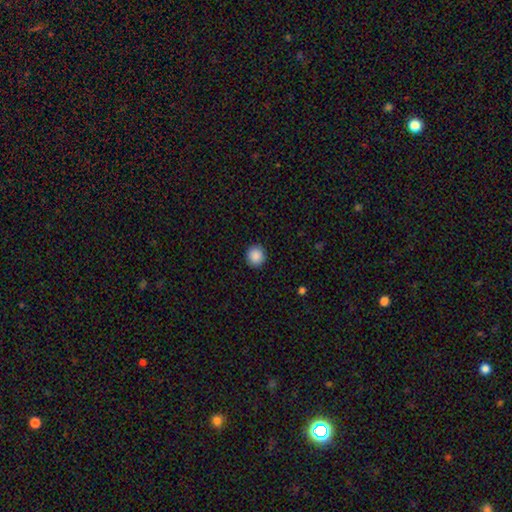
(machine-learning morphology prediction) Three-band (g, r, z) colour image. It shows a smooth galaxy with no disk features (89%) that is round (90%). Merging: none (92%).